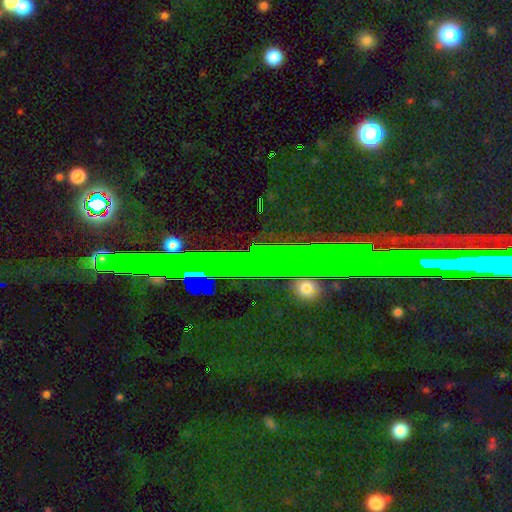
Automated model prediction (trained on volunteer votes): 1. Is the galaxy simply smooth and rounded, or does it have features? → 75% star or artifact, 16% featured or disk, 9% smooth.